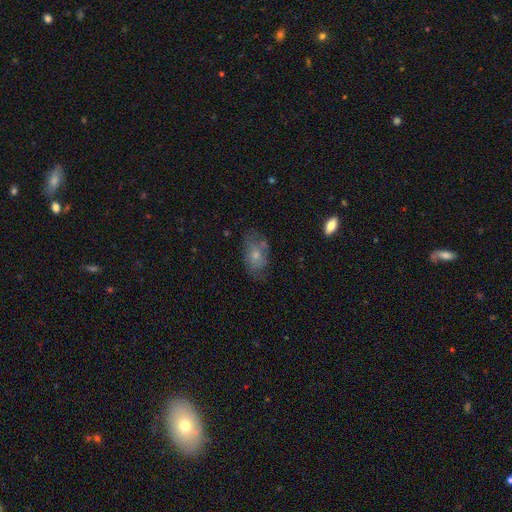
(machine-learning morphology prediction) This is likely a smooth galaxy (63%). How rounded: clearly in between (87%). Merging: possibly none (53%).